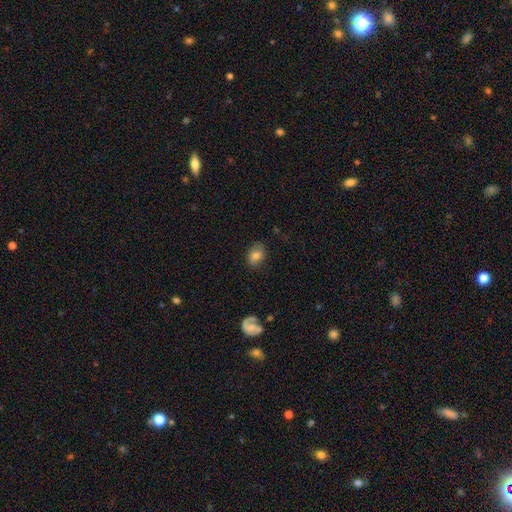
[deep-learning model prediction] Smooth or featured: smooth — 71% (featured or disk — 20%)
How rounded: in between — 70% (round — 29%)
Merging: none — 77% (minor disturbance — 17%)